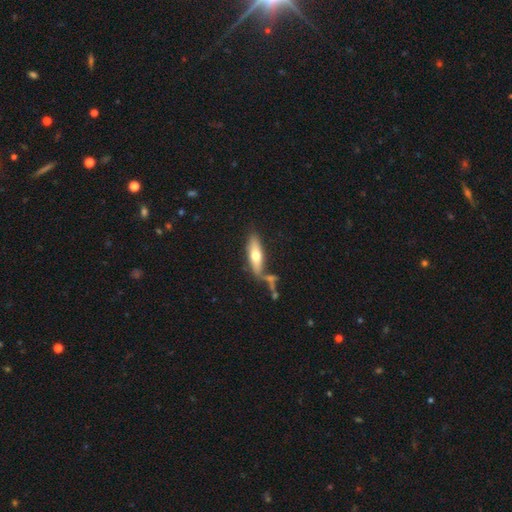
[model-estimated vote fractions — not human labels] This is likely a smooth galaxy (61%). How rounded: possibly cigar-shaped (49%). Merging: possibly none (59%).